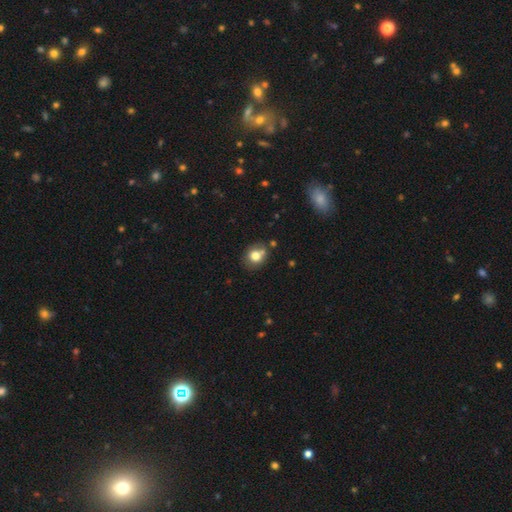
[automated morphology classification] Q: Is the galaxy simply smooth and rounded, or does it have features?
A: smooth — 76%.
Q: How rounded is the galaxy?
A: round — 67%.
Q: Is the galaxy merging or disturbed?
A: none — 64%.